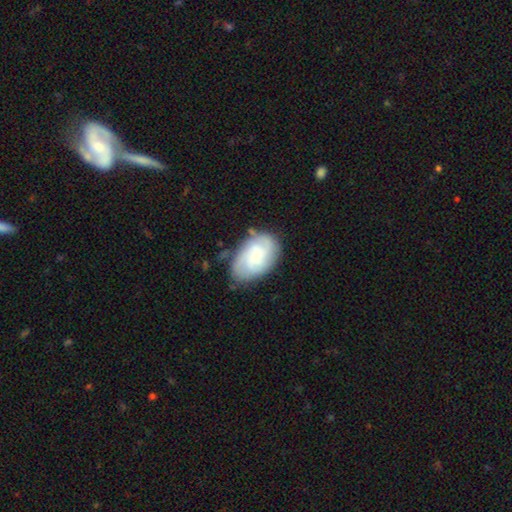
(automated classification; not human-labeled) Morphology: type=featured or disk (55%); edge-on=no (97%); bar=no (68%); spiral arms=yes (88%); bulge=small (66%); merging=none (70%).